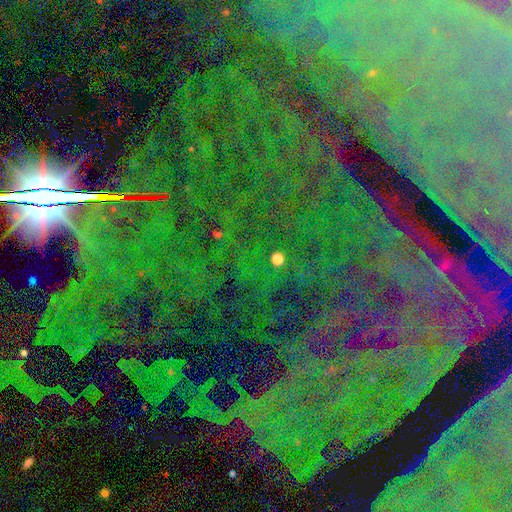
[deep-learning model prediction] Smooth or featured: star or artifact — 86% (featured or disk — 7%)